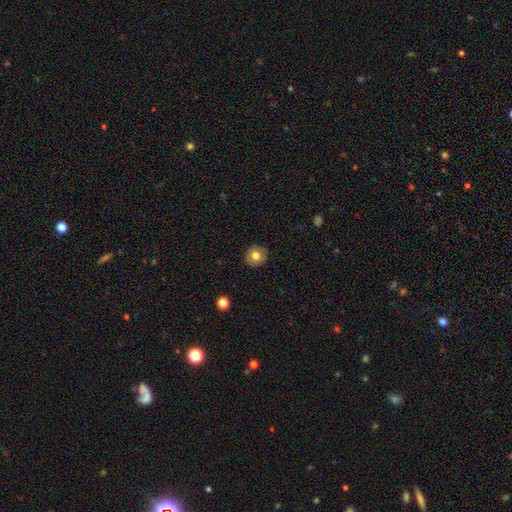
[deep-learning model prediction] Smooth or featured?
  - smooth: 76% *
  - featured or disk: 15%
  - star or artifact: 9%
How rounded?
  - round: 89% *
  - in between: 10%
  - cigar-shaped: 1%
Merging?
  - none: 90% *
  - minor disturbance: 7%
  - major disturbance: 2%
  - merger: 1%